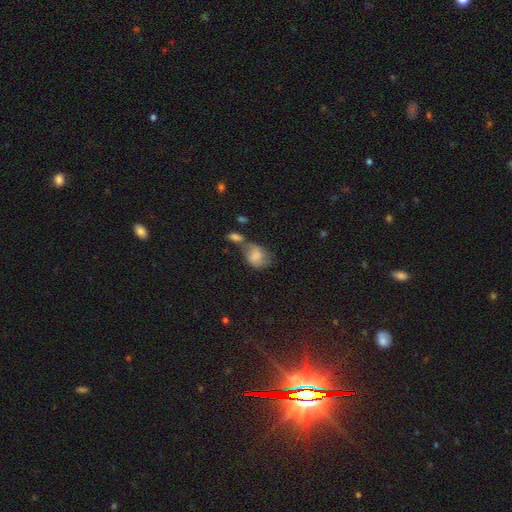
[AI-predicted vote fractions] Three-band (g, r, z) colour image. It shows a smooth galaxy with no disk features (72%) that is in between round and cigar-shaped (66%). Merging: merger (33%).